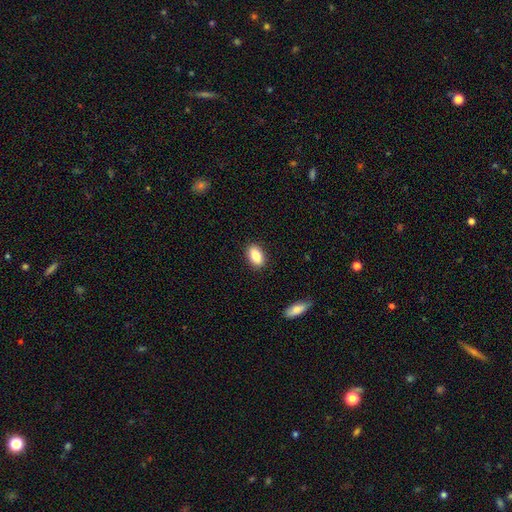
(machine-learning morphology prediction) This is clearly a smooth galaxy (84%). How rounded: clearly in between (89%). Merging: clearly none (88%).